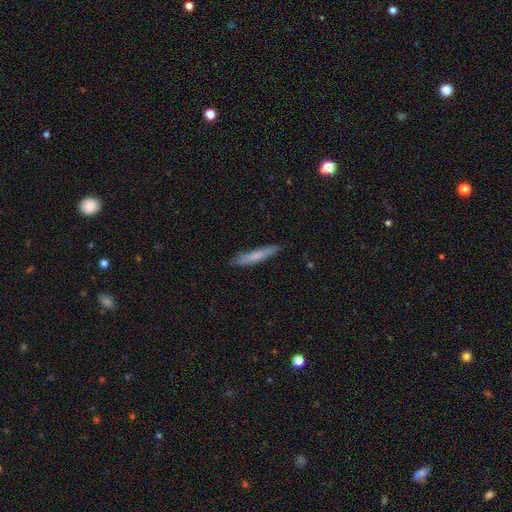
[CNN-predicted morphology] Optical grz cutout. It shows a smooth galaxy with no disk features (67%) that is cigar-shaped (94%). Merging: none (87%).